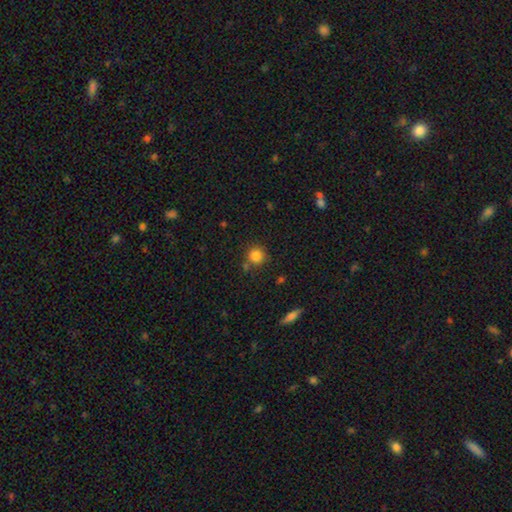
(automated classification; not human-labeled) A smooth galaxy with no disk features (83%) that is round (92%). Merging: none (74%).